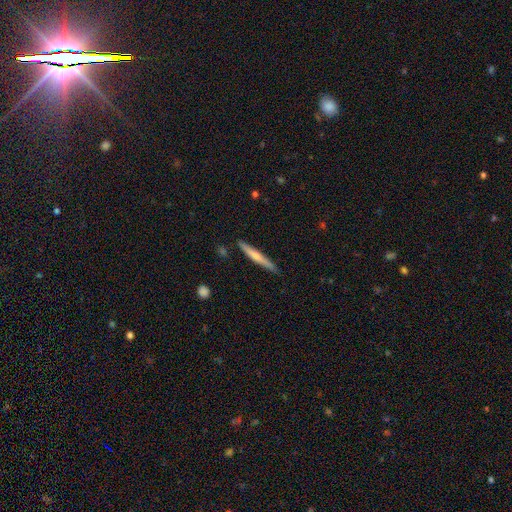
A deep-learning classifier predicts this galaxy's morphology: Smooth or featured? Predicted: smooth (p=0.56). How rounded? Predicted: cigar-shaped (p=0.95). Merging? Predicted: none (p=0.85).